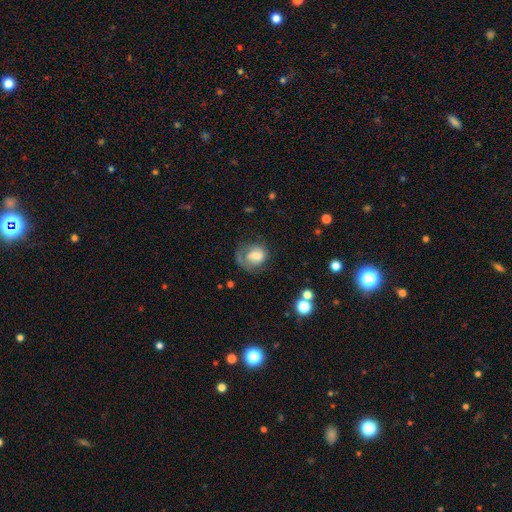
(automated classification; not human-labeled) The model was most divided on "merging": none: 42%, major disturbance: 30%, minor disturbance: 25%, merger: 4%. More confident: how rounded — round (56%); smooth or featured — smooth (55%).